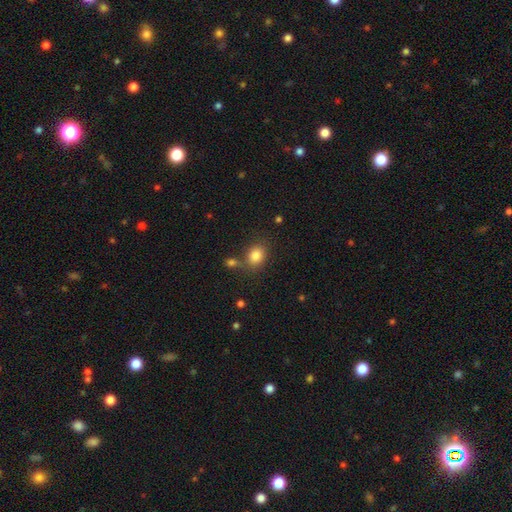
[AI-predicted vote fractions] A smooth galaxy with no disk features (83%) that is in between round and cigar-shaped (50%).

Vote fractions:
- Smooth or featured? smooth: 83% / star or artifact: 11% / featured or disk: 7%
- How rounded? in between: 50% / round: 49% / cigar-shaped: 1%
- Merging? none: 66% / merger: 16% / minor disturbance: 13% / major disturbance: 5%